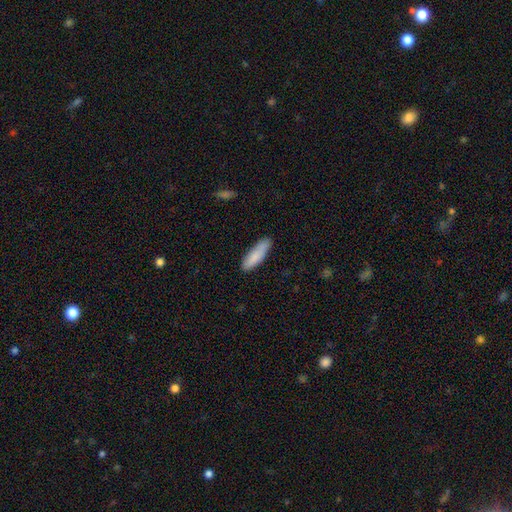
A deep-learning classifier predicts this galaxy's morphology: smooth-or-featured: smooth: 85% | featured or disk: 9% | star or artifact: 6%
  how-rounded: cigar-shaped: 59% | in between: 40% | round: 1%
  merging: none: 82% | minor disturbance: 14% | major disturbance: 2% | merger: 1%